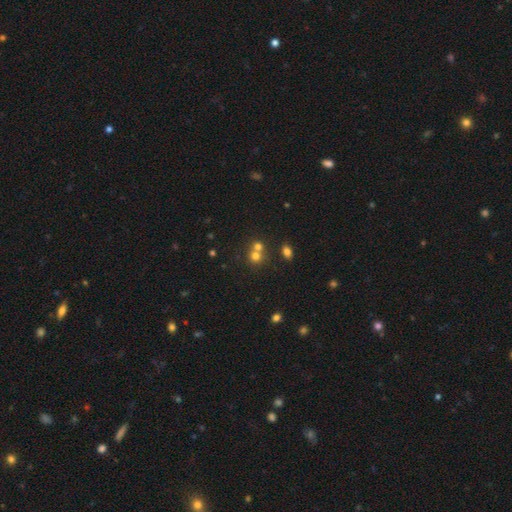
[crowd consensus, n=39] Smooth or featured? 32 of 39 (82%) said smooth. How rounded? 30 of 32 (94%) said round. Merging? 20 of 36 (56%) said none.